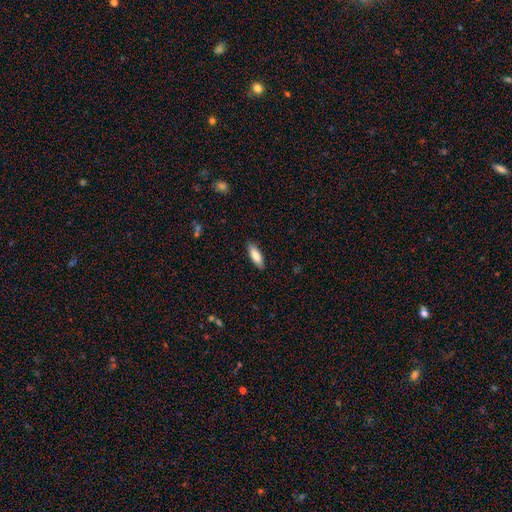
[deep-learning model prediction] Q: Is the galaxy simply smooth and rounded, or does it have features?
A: smooth — 83%.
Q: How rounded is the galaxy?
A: in between — 61%.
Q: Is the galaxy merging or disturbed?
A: none — 88%.